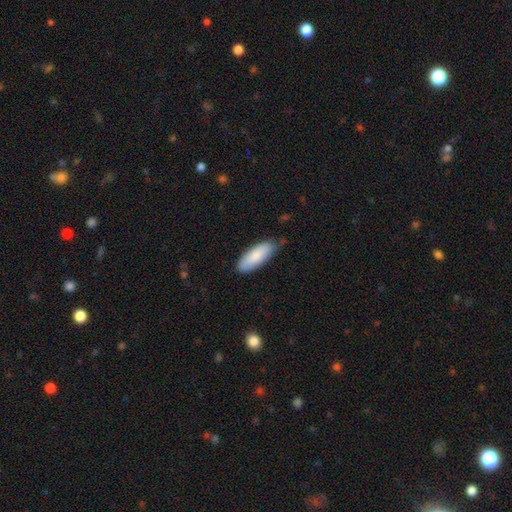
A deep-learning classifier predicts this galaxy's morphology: smooth_or_featured: smooth (p=0.83) [alt: featured or disk p=0.11]
how_rounded: in between (p=0.72) [alt: cigar-shaped p=0.27]
merging: none (p=0.73) [alt: minor disturbance p=0.22]